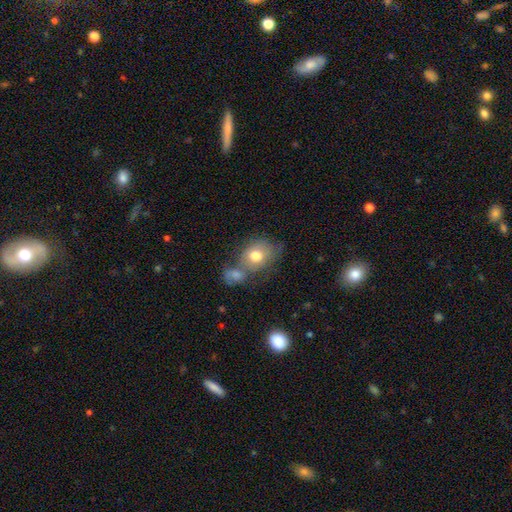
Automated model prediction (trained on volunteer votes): Smooth or featured?
  - smooth: 70% *
  - featured or disk: 22%
  - star or artifact: 8%
How rounded?
  - in between: 56% *
  - round: 43%
  - cigar-shaped: 1%
Merging?
  - merger: 41% *
  - none: 35%
  - minor disturbance: 16%
  - major disturbance: 9%